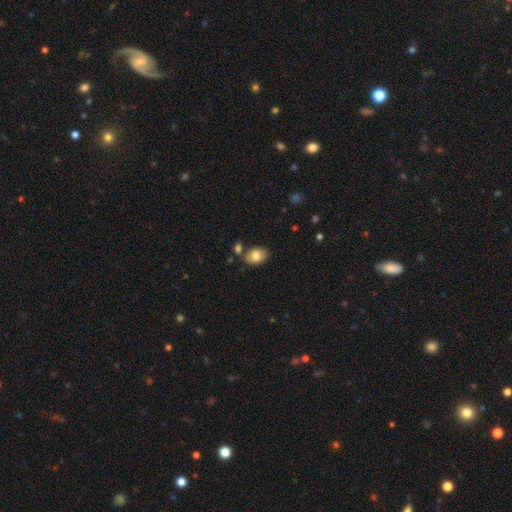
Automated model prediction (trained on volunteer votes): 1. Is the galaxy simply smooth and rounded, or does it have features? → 82% smooth, 11% featured or disk, 7% star or artifact.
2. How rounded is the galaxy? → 83% in between, 16% round, 1% cigar-shaped.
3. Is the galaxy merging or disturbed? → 75% none, 13% minor disturbance, 9% merger, 3% major disturbance.